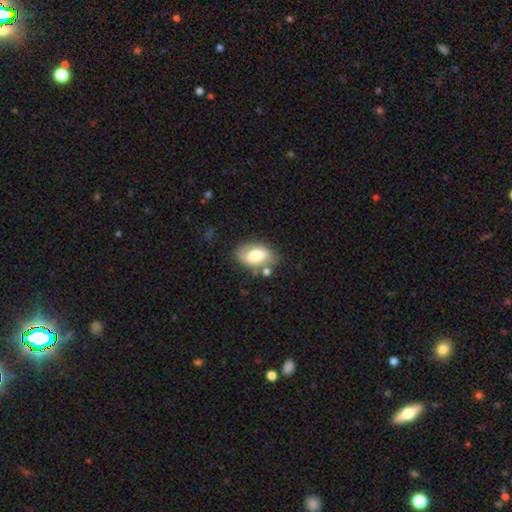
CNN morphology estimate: Smooth or featured: smooth — 71% (featured or disk — 21%)
How rounded: in between — 89% (round — 8%)
Merging: none — 65% (minor disturbance — 20%)